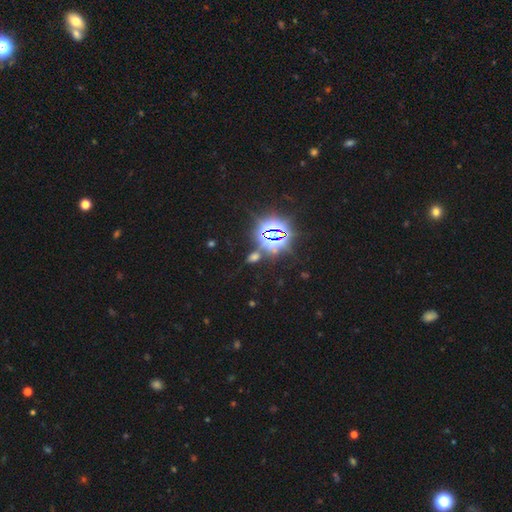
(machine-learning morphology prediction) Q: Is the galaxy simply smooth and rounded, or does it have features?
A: star or artifact — 80%.